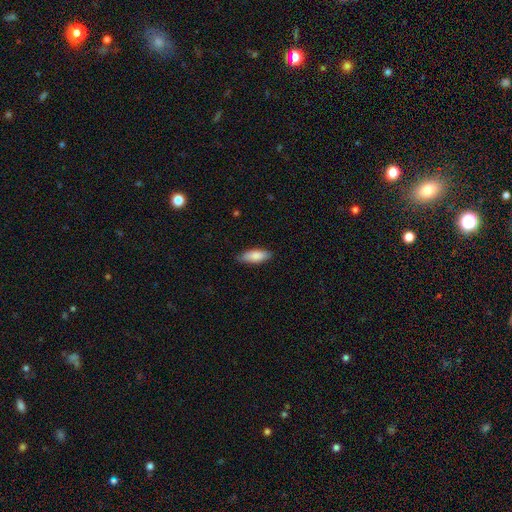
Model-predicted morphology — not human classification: This is clearly a smooth galaxy (84%). How rounded: likely in between (75%). Merging: clearly none (85%).